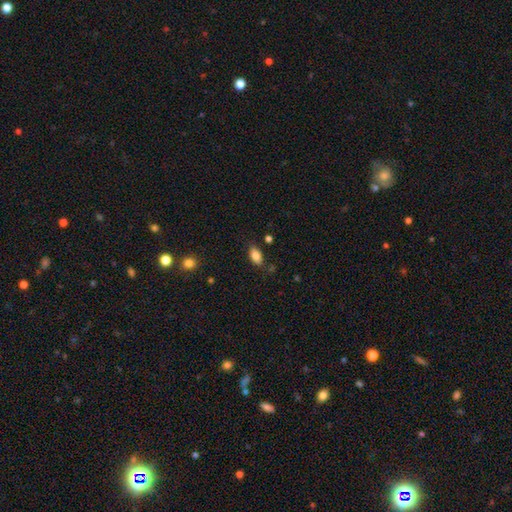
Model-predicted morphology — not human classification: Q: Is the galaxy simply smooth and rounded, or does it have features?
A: smooth — 84%.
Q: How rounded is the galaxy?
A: in between — 90%.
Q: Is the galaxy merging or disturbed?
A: none — 80%.